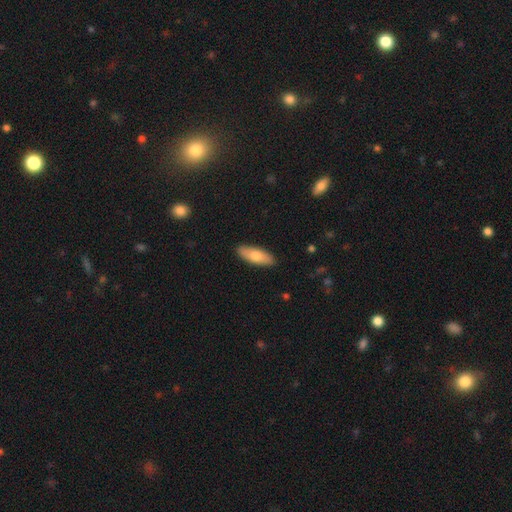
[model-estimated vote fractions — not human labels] smooth-or-featured: smooth: 76% | featured or disk: 19% | star or artifact: 5%
  how-rounded: in between: 67% | cigar-shaped: 31% | round: 2%
  merging: none: 89% | minor disturbance: 9% | major disturbance: 2% | merger: 1%